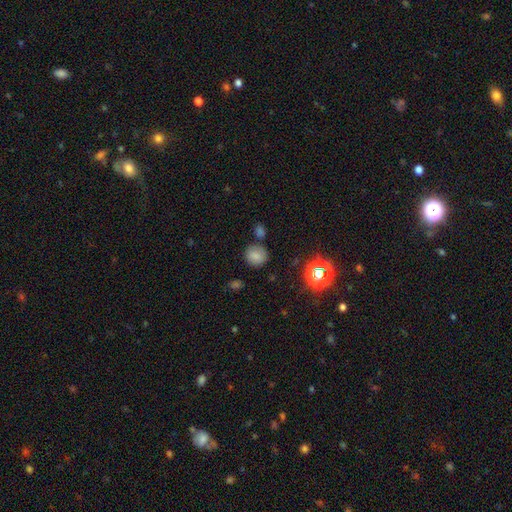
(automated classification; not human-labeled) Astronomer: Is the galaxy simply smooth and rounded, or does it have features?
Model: smooth — 78%.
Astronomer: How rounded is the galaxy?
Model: round — 84%.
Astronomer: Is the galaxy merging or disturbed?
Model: none — 78%.